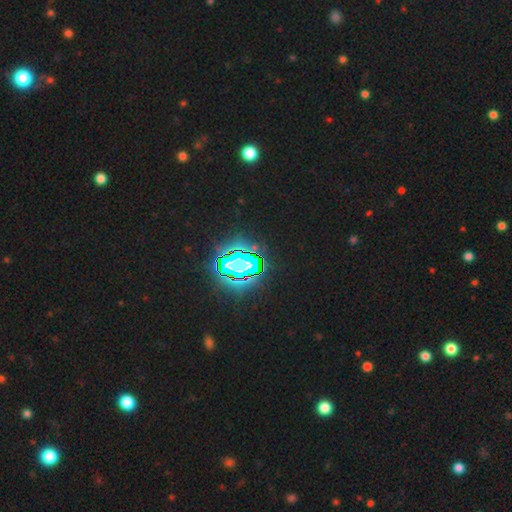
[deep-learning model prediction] Smooth or featured?
  - star or artifact: 83% *
  - smooth: 11%
  - featured or disk: 7%